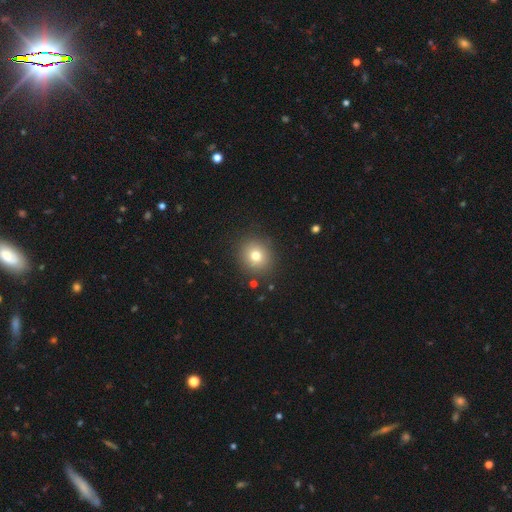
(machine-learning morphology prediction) A smooth galaxy with no disk features (76%) that is round (86%).

Vote fractions:
- Smooth or featured? smooth: 76% / star or artifact: 13% / featured or disk: 10%
- How rounded? round: 86% / in between: 13% / cigar-shaped: 1%
- Merging? none: 88% / minor disturbance: 7% / major disturbance: 3% / merger: 2%